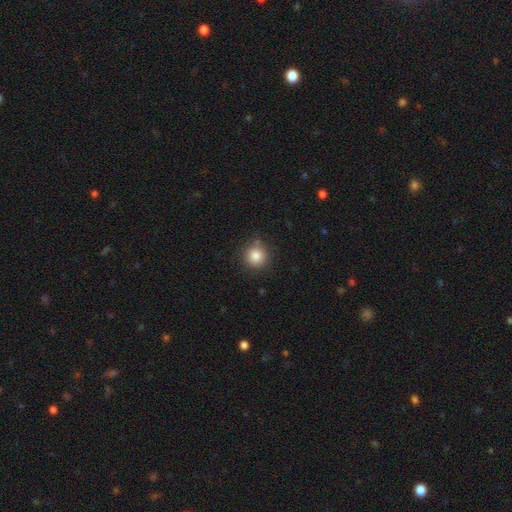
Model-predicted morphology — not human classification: The model was most divided on "smooth or featured": smooth: 84%, star or artifact: 11%, featured or disk: 5%. More confident: how rounded — round (93%); merging — none (85%).